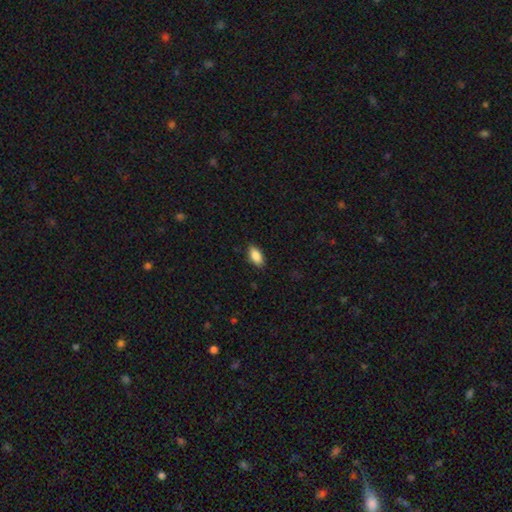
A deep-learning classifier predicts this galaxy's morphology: Overall: smooth (88%). How rounded: in between (91%). Merging: none (86%).